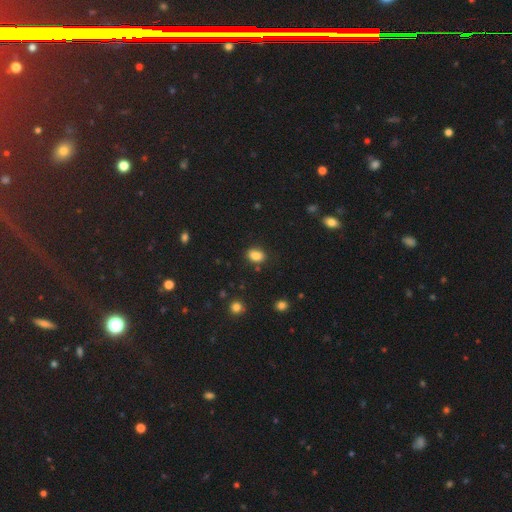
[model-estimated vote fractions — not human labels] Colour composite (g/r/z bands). It shows a smooth galaxy with no disk features (85%) that is in between round and cigar-shaped (73%). Merging: none (82%).